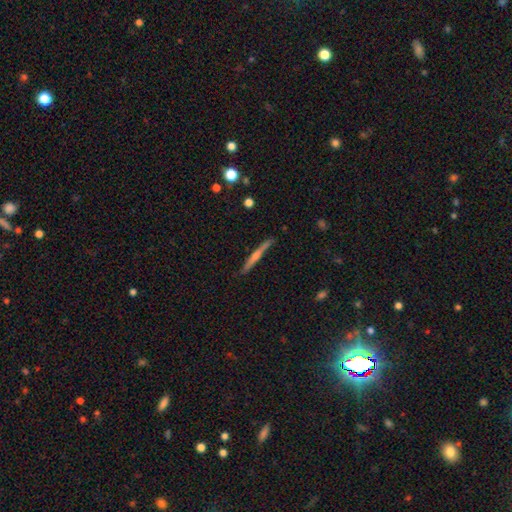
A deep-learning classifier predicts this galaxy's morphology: Smooth or featured: featured or disk — 69% (smooth — 22%)
Edge-on disk: yes — 97% (no — 3%)
Edge-on bulge: rounded — 72% (none — 21%)
Merging: none — 88% (minor disturbance — 9%)